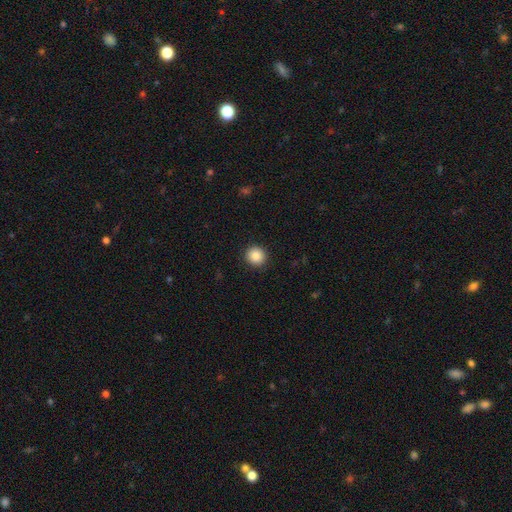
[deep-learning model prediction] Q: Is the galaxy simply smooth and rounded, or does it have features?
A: smooth — 87%.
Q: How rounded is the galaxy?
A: round — 91%.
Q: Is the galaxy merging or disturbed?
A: none — 92%.